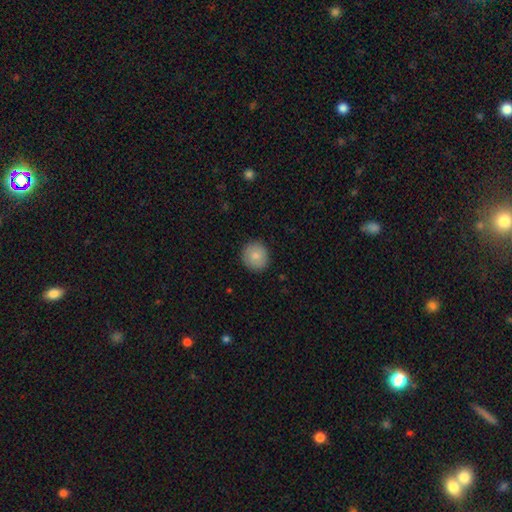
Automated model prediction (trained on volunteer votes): smooth-or-featured: smooth: 84% | featured or disk: 9% | star or artifact: 7%
  how-rounded: round: 92% | in between: 7% | cigar-shaped: 1%
  merging: none: 90% | minor disturbance: 8% | major disturbance: 2% | merger: 1%